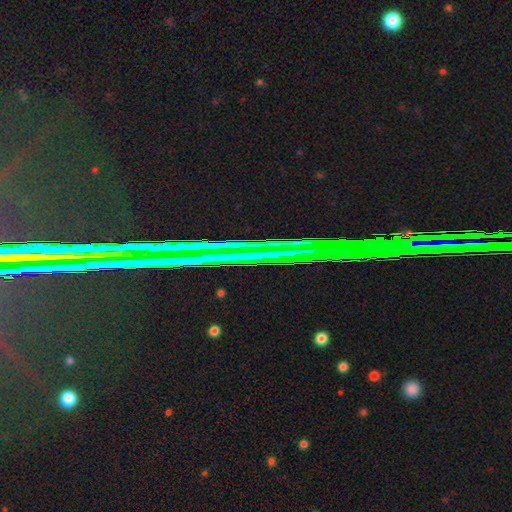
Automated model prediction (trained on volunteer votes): Smooth or featured? star or artifact (72%)